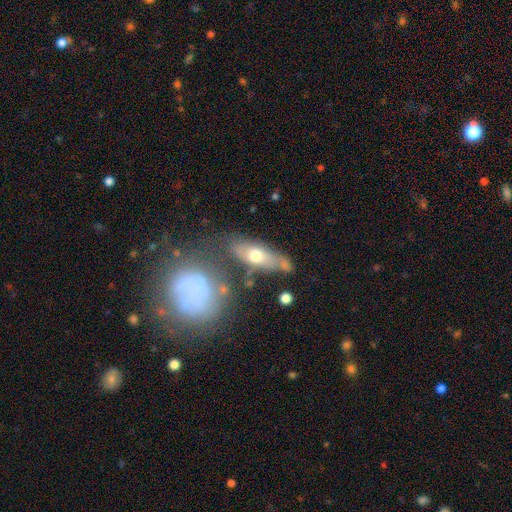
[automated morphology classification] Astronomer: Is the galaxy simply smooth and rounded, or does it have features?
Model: smooth — 51% (runner-up: featured or disk, 41%).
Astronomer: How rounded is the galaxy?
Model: in between — 61%.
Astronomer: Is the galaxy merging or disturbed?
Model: none — 52%.